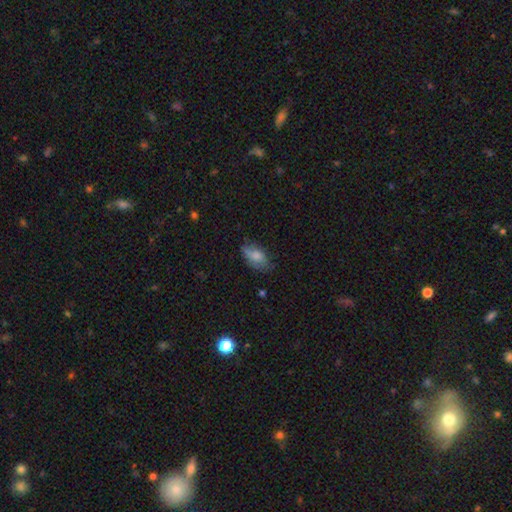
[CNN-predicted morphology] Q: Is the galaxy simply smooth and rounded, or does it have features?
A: smooth — 74%.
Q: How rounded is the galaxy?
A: in between — 91%.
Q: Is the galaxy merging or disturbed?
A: none — 61%.